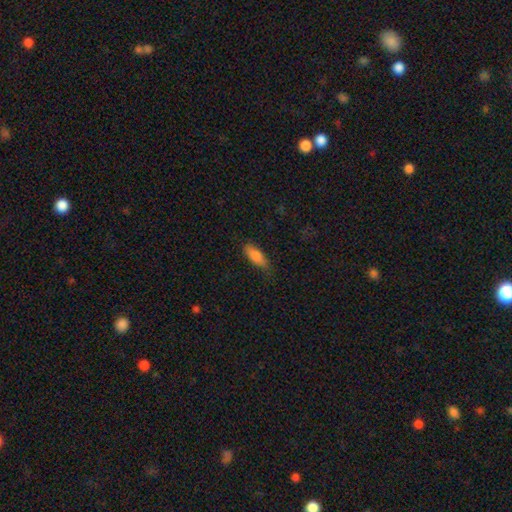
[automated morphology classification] Smooth or featured? smooth (81%)
How rounded? in between (71%)
Merging? none (72%)